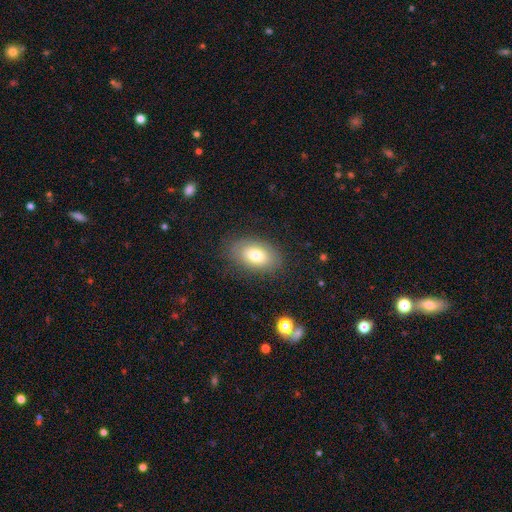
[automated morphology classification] smooth-or-featured: smooth: 74% | featured or disk: 17% | star or artifact: 9%
  how-rounded: in between: 89% | round: 9% | cigar-shaped: 1%
  merging: none: 82% | minor disturbance: 13% | major disturbance: 4% | merger: 1%